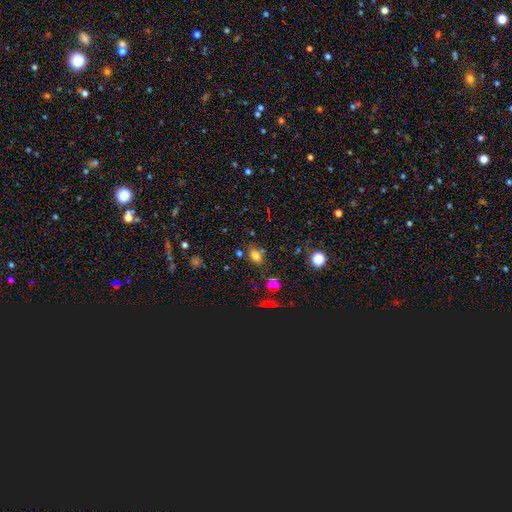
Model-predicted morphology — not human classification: This appears to be a smooth galaxy with no disk features (69%) that is in between round and cigar-shaped (79%). Merging: none (70%).